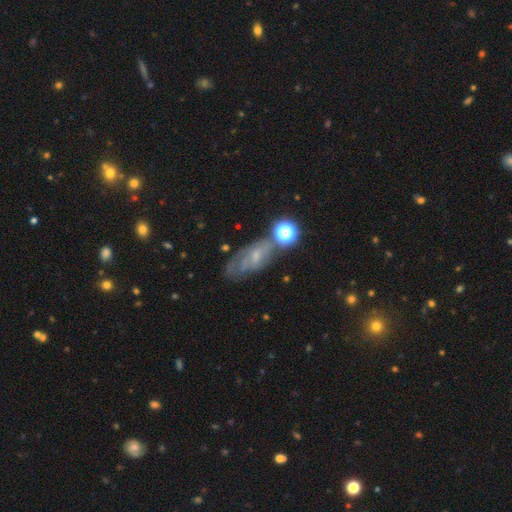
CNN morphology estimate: Q: Smooth or featured?
A: featured or disk (53%); runner-up: smooth (29%)
Q: Edge-on disk?
A: no (87%); runner-up: yes (13%)
Q: Merging?
A: none (51%); runner-up: minor disturbance (24%)